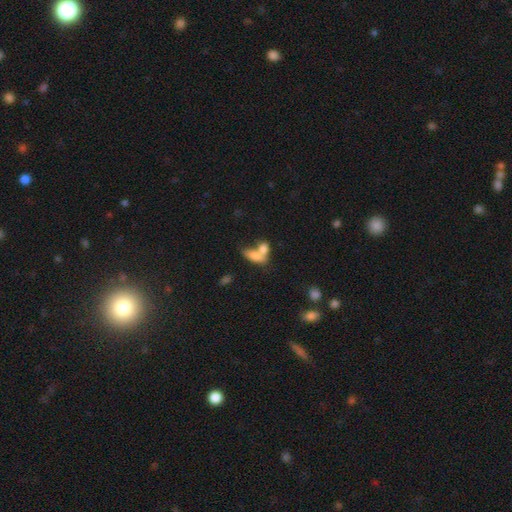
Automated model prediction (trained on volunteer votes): The model was most divided on "merging": merger: 61%, none: 25%, minor disturbance: 9%, major disturbance: 6%. More confident: how rounded — in between (79%); smooth or featured — smooth (76%).